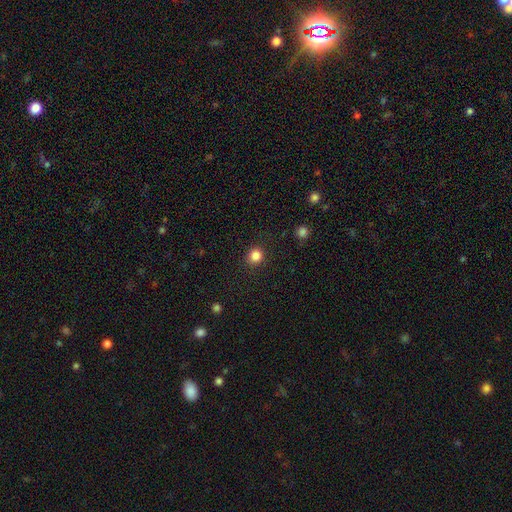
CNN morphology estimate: smooth 84%, star or artifact 12%, featured or disk 4%. Down the decision tree: how rounded — round (88%); merging — none (90%).